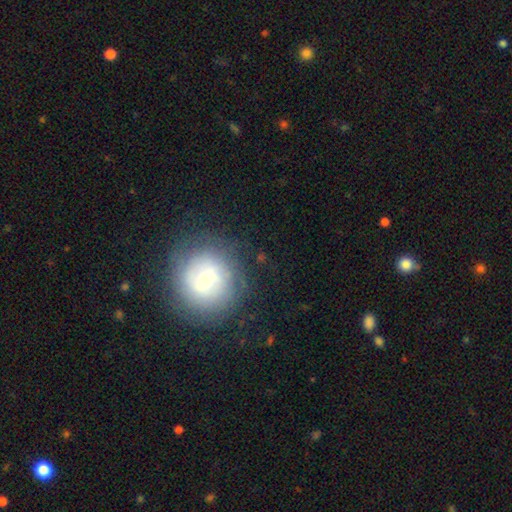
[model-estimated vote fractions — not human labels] smooth-or-featured: smooth: 60% | featured or disk: 22% | star or artifact: 18%
  how-rounded: round: 89% | in between: 10% | cigar-shaped: 1%
  merging: none: 84% | minor disturbance: 10% | major disturbance: 4% | merger: 1%